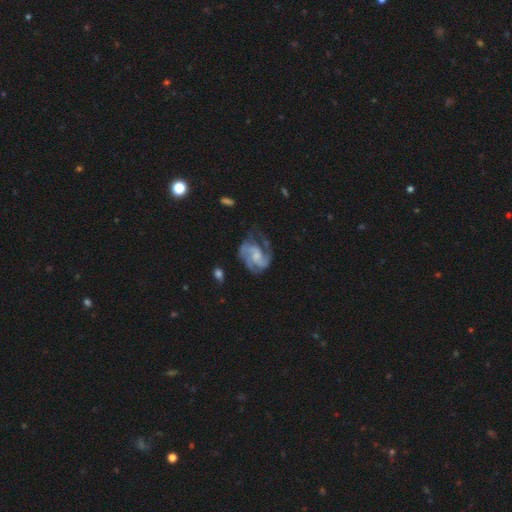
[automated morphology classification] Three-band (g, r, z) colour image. It shows a featured or disk galaxy (86%) with no bar (56%), 2 (39%) medium (52%) spiral arms (95%) and a small central bulge (48%). Merging: none (53%).